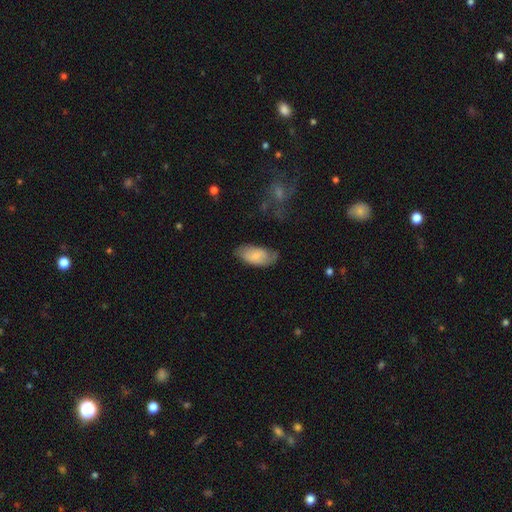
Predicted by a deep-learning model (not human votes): Q: Smooth or featured?
A: smooth (65%); runner-up: featured or disk (28%)
Q: How rounded?
A: in between (92%); runner-up: cigar-shaped (6%)
Q: Merging?
A: none (65%); runner-up: minor disturbance (26%)